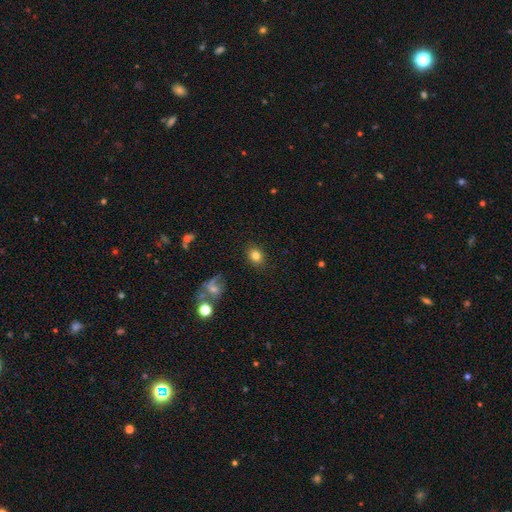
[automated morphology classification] A smooth galaxy with no disk features (81%) that is in between round and cigar-shaped (54%).

Vote fractions:
- Smooth or featured? smooth: 81% / star or artifact: 11% / featured or disk: 9%
- How rounded? in between: 54% / round: 44% / cigar-shaped: 1%
- Merging? none: 86% / minor disturbance: 9% / major disturbance: 3% / merger: 2%